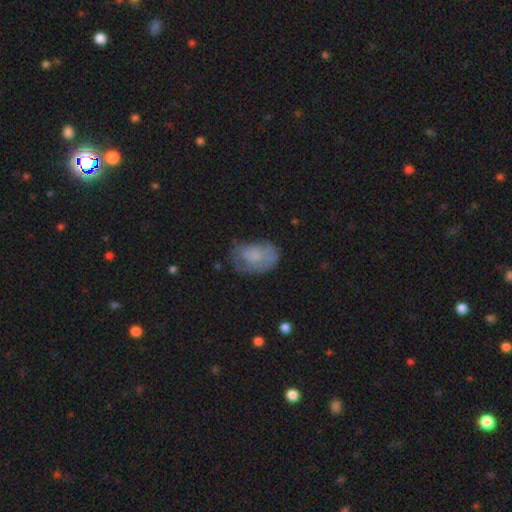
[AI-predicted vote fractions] Smooth or featured? Predicted: smooth (p=0.55). How rounded? Predicted: in between (p=0.79). Merging? Predicted: none (p=0.43).